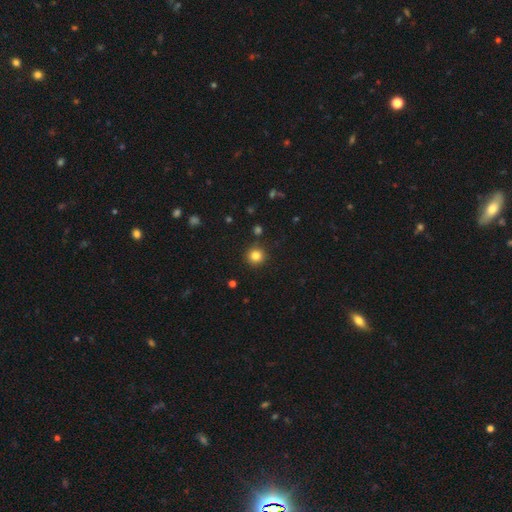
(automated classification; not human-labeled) The model was most divided on "smooth or featured": smooth: 82%, star or artifact: 12%, featured or disk: 5%. More confident: how rounded — round (95%); merging — none (90%).